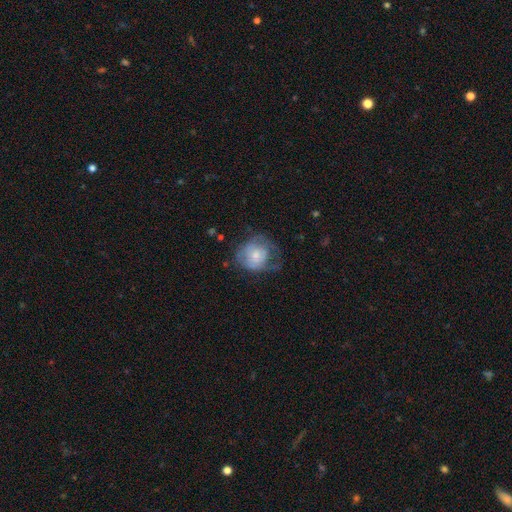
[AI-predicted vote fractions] A smooth galaxy with no disk features (55%) that is round (71%).

Vote fractions:
- Smooth or featured? smooth: 55% / featured or disk: 38% / star or artifact: 7%
- How rounded? round: 71% / in between: 29% / cigar-shaped: 1%
- Merging? none: 39% / major disturbance: 30% / minor disturbance: 29% / merger: 2%